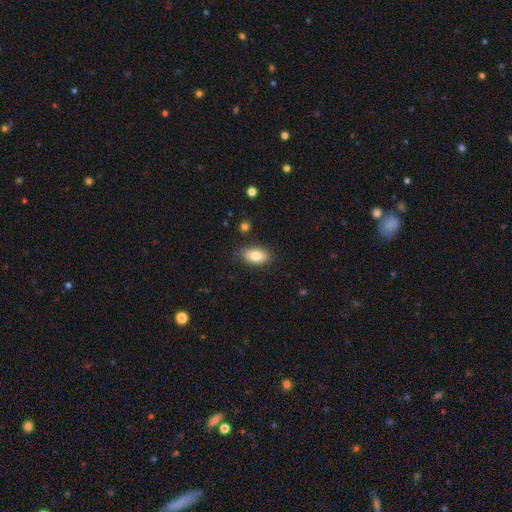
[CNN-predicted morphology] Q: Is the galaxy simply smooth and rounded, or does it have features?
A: smooth — 82%.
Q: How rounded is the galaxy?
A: in between — 91%.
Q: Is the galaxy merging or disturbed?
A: none — 82%.